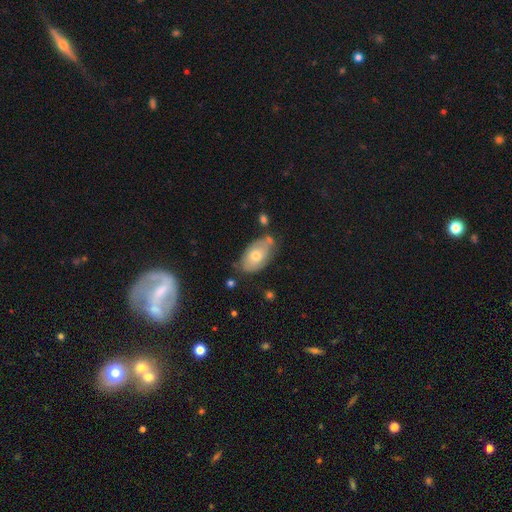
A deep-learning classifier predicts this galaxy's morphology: This appears to be a smooth galaxy with no disk features (66%) that is in between round and cigar-shaped (93%). Merging: none (60%).